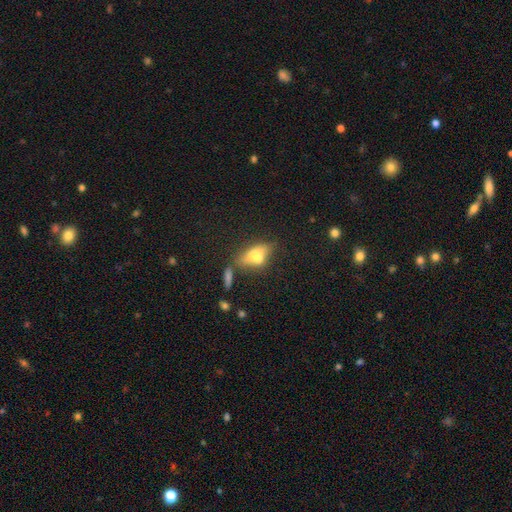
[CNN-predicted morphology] A smooth galaxy with no disk features (56%) that is in between round and cigar-shaped (76%). Merging: none (43%).